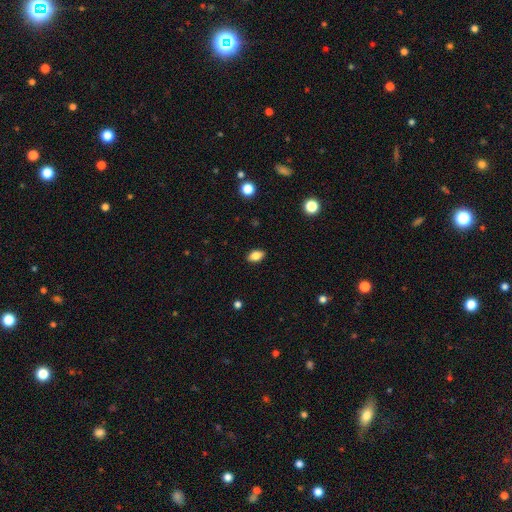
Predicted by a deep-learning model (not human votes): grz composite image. It shows a smooth galaxy with no disk features (84%) that is in between round and cigar-shaped (88%). Merging: none (89%).